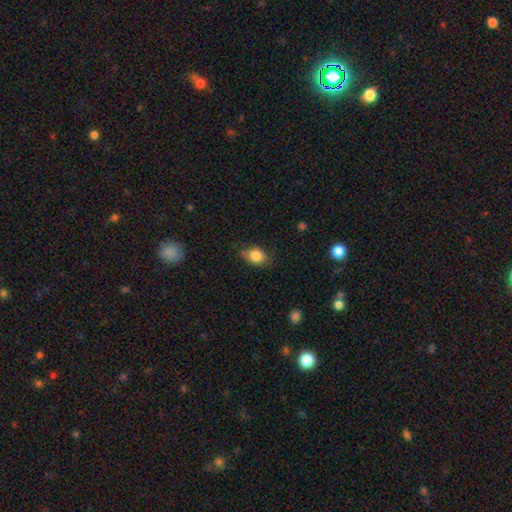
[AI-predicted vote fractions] This appears to be a smooth galaxy with no disk features (83%) that is in between round and cigar-shaped (63%). Merging: none (73%).